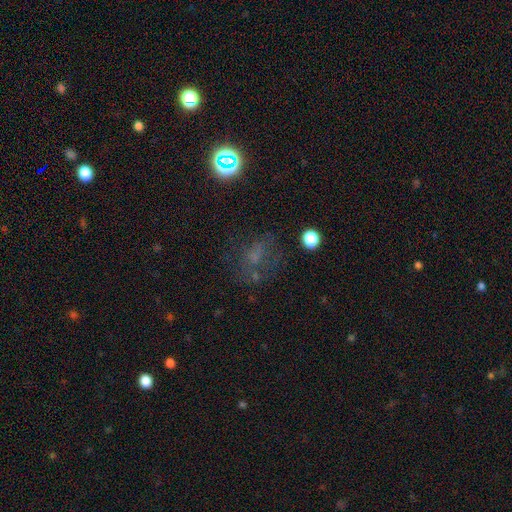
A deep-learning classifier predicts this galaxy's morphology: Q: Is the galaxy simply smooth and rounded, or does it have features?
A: smooth — 39%.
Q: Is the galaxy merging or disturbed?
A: none — 55%.